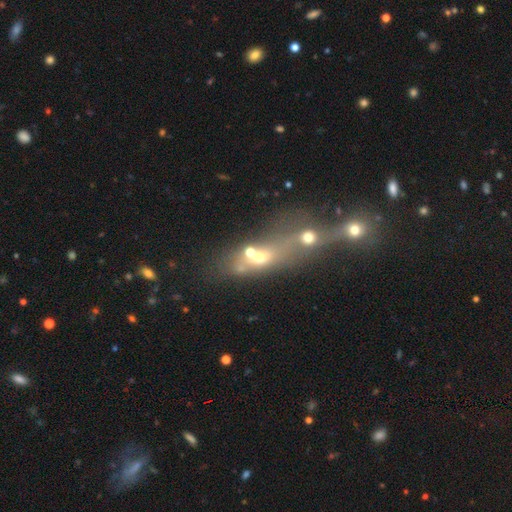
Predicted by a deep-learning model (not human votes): smooth-or-featured: smooth: 52% | featured or disk: 31% | star or artifact: 17%
  how-rounded: in between: 50% | round: 37% | cigar-shaped: 13%
  merging: merger: 69% | none: 16% | major disturbance: 9% | minor disturbance: 6%